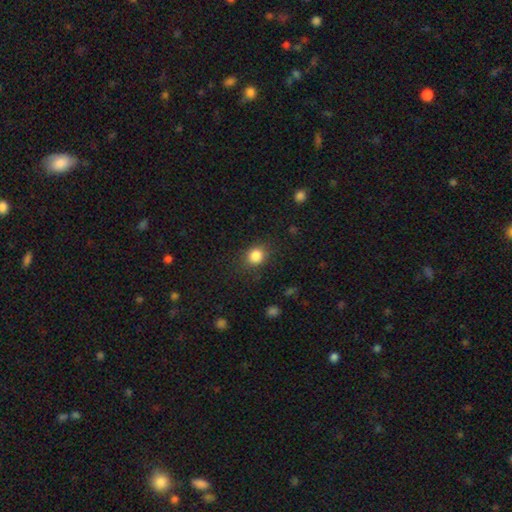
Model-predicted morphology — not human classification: A smooth galaxy with no disk features (85%) that is round (70%).

Vote fractions:
- Smooth or featured? smooth: 85% / star or artifact: 11% / featured or disk: 5%
- How rounded? round: 70% / in between: 29% / cigar-shaped: 1%
- Merging? none: 80% / minor disturbance: 14% / major disturbance: 5% / merger: 1%